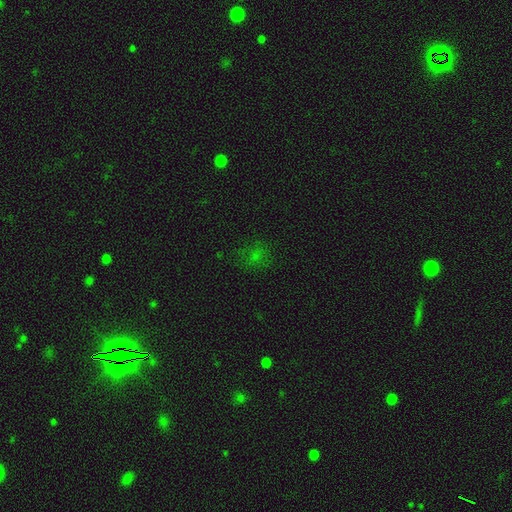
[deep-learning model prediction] This appears to be a smooth galaxy with no disk features (51%) that is round (63%). Merging: none (71%).